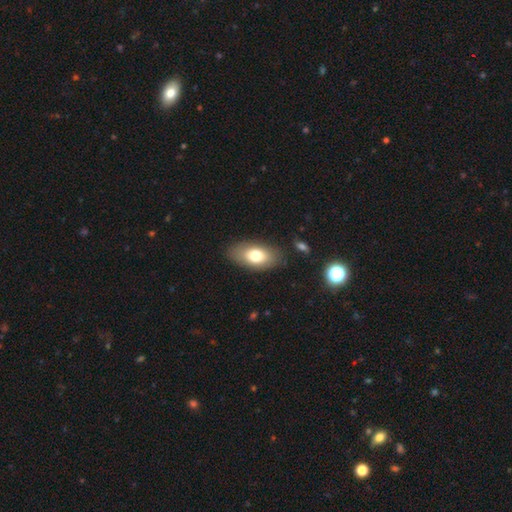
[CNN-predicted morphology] A smooth galaxy with no disk features (72%) that is in between round and cigar-shaped (91%). Merging: none (83%).